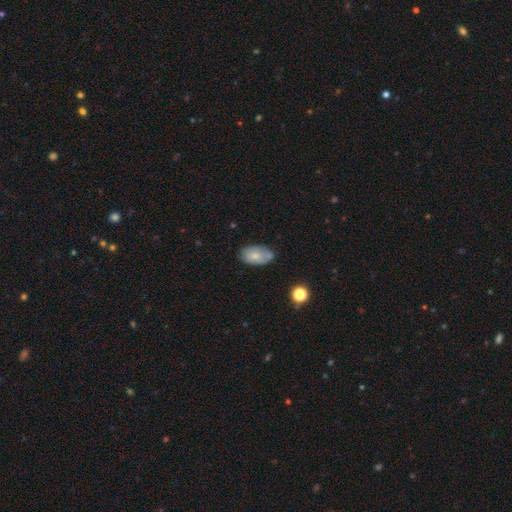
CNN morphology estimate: smooth 71%, featured or disk 21%, star or artifact 8%. Down the decision tree: how rounded — in between (92%); merging — none (64%).